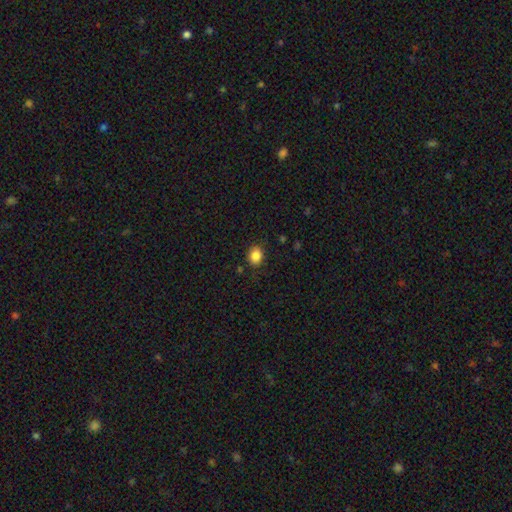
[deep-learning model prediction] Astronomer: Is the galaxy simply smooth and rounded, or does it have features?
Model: smooth — 86%.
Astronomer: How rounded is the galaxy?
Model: round — 56% (runner-up: in between, 44%).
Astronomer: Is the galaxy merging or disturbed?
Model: none — 84%.